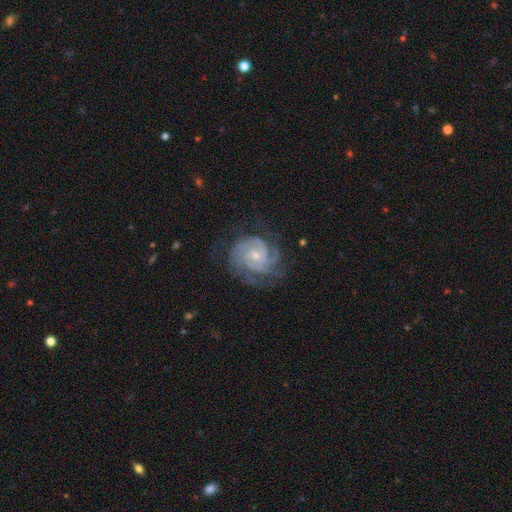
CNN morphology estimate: This is clearly a featured or disk galaxy (90%). It is clearly not viewed edge-on (98%). Bar: likely no (69%). Spiral arm pattern: clearly yes (98%). Spiral arm count: marginally 3 (38%). Spiral winding: likely tight (70%). Central bulge: likely small (67%). Merging: likely none (72%).